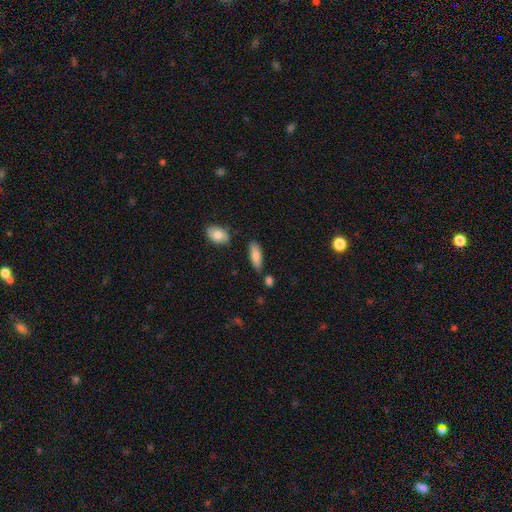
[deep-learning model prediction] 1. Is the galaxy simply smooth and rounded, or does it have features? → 82% smooth, 12% featured or disk, 7% star or artifact.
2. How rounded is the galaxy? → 63% in between, 35% cigar-shaped, 2% round.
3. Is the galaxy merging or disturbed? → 77% none, 15% minor disturbance, 6% merger, 3% major disturbance.